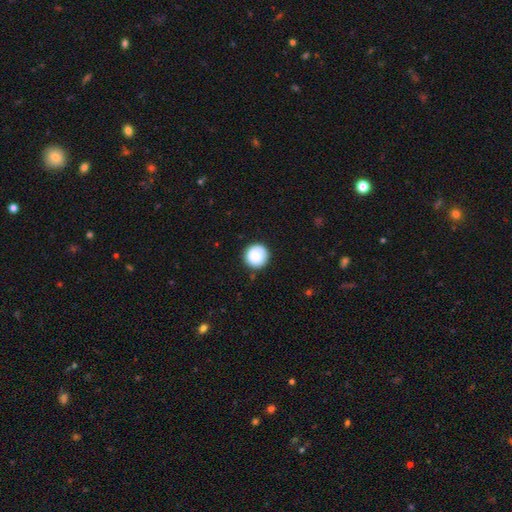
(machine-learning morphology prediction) A smooth galaxy with no disk features (88%) that is round (96%).

Vote fractions:
- Smooth or featured? smooth: 88% / star or artifact: 8% / featured or disk: 4%
- How rounded? round: 96% / in between: 3% / cigar-shaped: 1%
- Merging? none: 90% / minor disturbance: 7% / major disturbance: 2% / merger: 1%